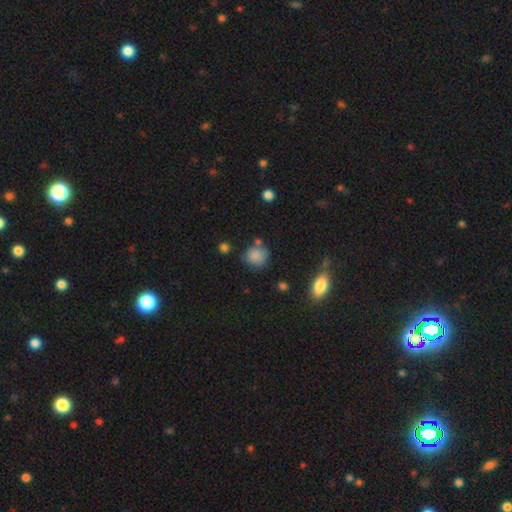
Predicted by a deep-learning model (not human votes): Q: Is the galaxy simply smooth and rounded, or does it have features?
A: smooth — 84%.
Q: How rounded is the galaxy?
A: round — 79%.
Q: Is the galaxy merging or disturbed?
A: none — 66%.